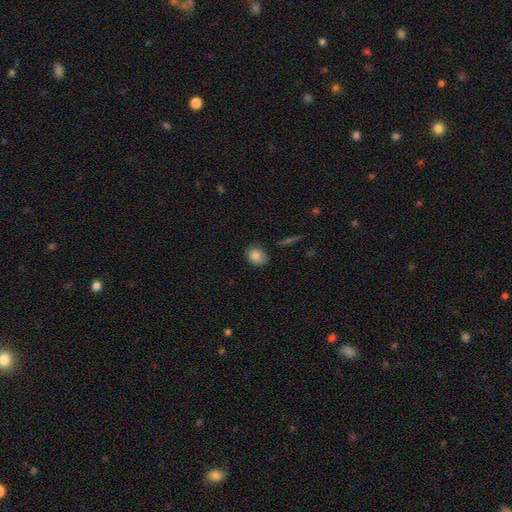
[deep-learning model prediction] smooth 84%, star or artifact 9%, featured or disk 7%. Down the decision tree: how rounded — round (51%); merging — none (81%).